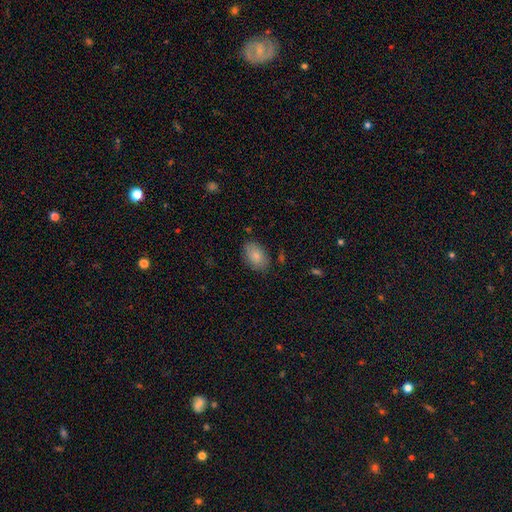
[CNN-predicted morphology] smooth_or_featured: smooth (p=0.83) [alt: featured or disk p=0.10]
how_rounded: in between (p=0.90) [alt: round p=0.09]
merging: none (p=0.80) [alt: minor disturbance p=0.15]